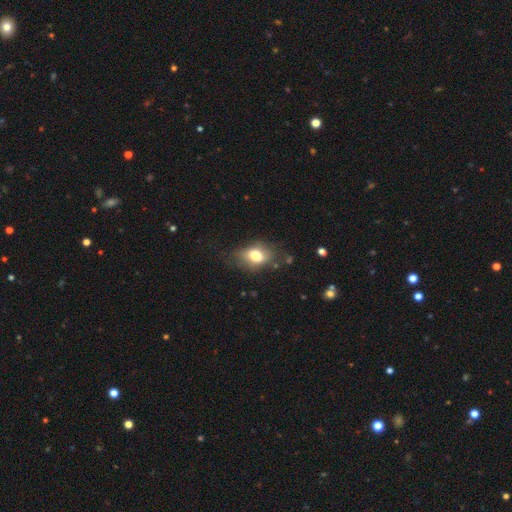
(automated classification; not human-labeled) smooth 73%, featured or disk 17%, star or artifact 9%. Down the decision tree: how rounded — in between (76%); merging — none (65%).